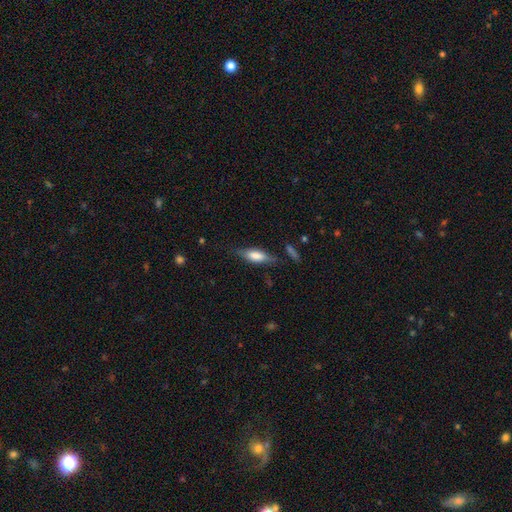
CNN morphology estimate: A smooth galaxy with no disk features (63%) that is in between round and cigar-shaped (57%).

Vote fractions:
- Smooth or featured? smooth: 63% / featured or disk: 30% / star or artifact: 7%
- How rounded? in between: 57% / cigar-shaped: 40% / round: 3%
- Merging? none: 70% / minor disturbance: 20% / major disturbance: 6% / merger: 3%